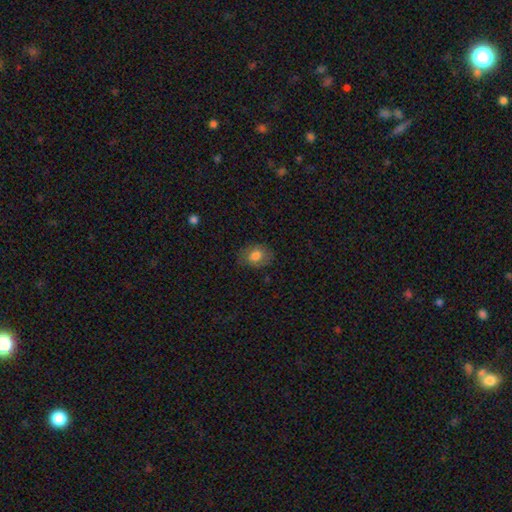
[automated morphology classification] A smooth galaxy with no disk features (77%) that is in between round and cigar-shaped (63%).

Vote fractions:
- Smooth or featured? smooth: 77% / featured or disk: 14% / star or artifact: 9%
- How rounded? in between: 63% / round: 36% / cigar-shaped: 1%
- Merging? none: 76% / minor disturbance: 17% / major disturbance: 5% / merger: 1%